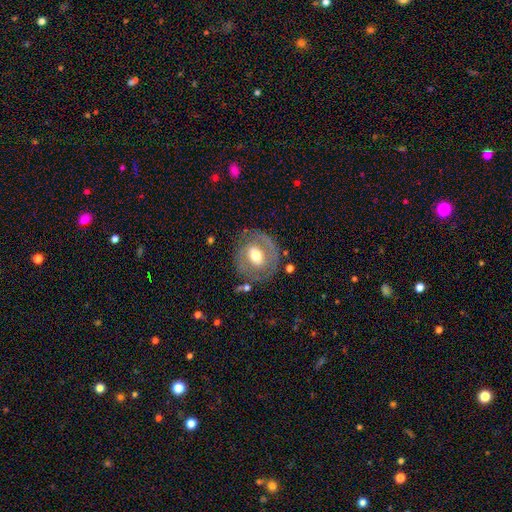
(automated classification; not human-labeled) smooth_or_featured: featured or disk (p=0.61) [alt: smooth p=0.33]
disk_edge_on: no (p=0.95) [alt: yes p=0.05]
bar: no (p=0.50) [alt: weak p=0.33]
has_spiral_arms: no (p=0.56) [alt: yes p=0.44]
bulge_size: moderate (p=0.64) [alt: small p=0.18]
merging: none (p=0.73) [alt: minor disturbance p=0.15]